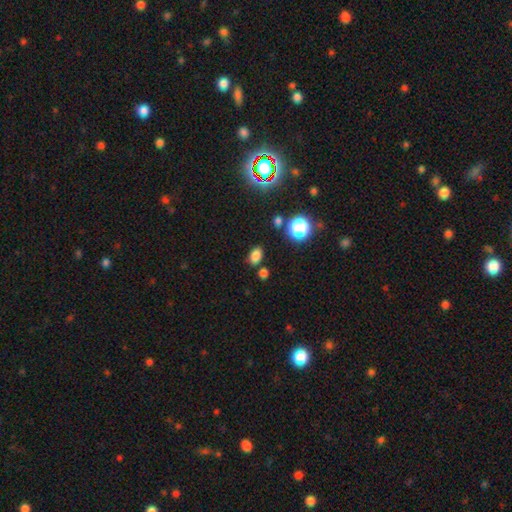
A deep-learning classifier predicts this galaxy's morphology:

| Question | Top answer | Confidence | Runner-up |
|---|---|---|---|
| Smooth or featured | smooth | 78% | star or artifact (17%) |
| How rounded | in between | 82% | round (17%) |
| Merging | none | 79% | minor disturbance (11%) |